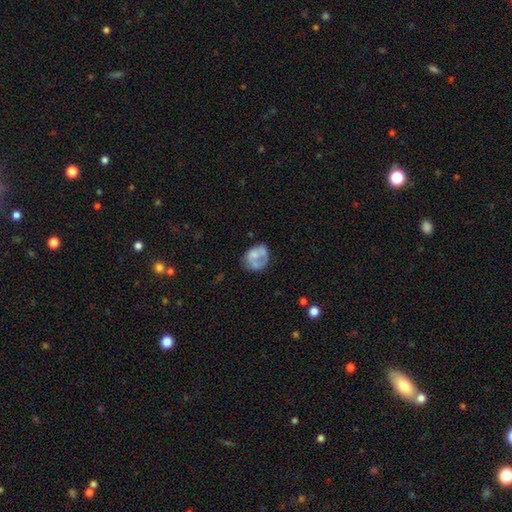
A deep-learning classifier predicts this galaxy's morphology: Q: Smooth or featured?
A: smooth (54%); runner-up: featured or disk (37%)
Q: How rounded?
A: round (52%); runner-up: in between (47%)
Q: Merging?
A: none (38%); runner-up: minor disturbance (25%)